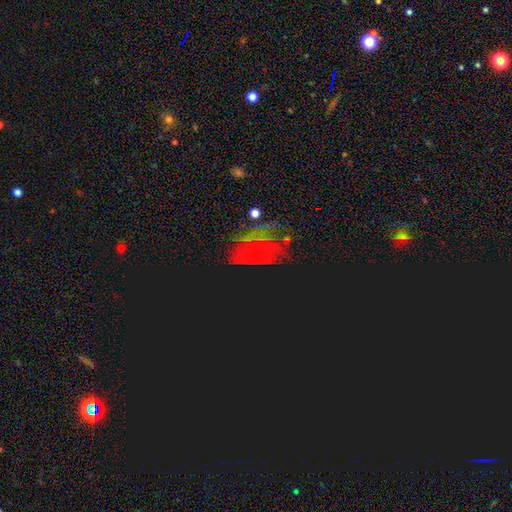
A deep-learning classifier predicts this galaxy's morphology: smooth-or-featured: star or artifact: 57% | smooth: 22% | featured or disk: 21%